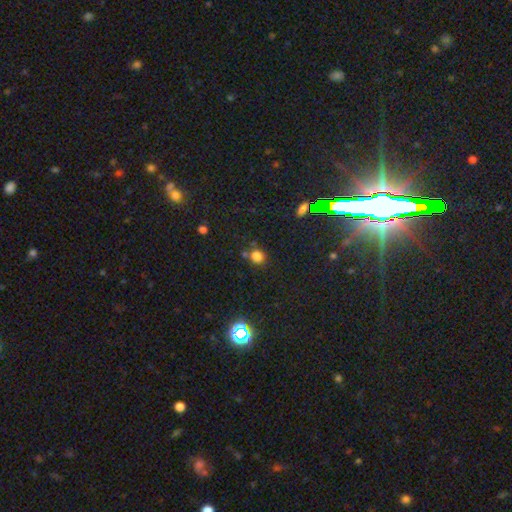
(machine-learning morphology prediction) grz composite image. It shows a smooth galaxy with no disk features (74%) that is round (73%). Merging: none (68%).